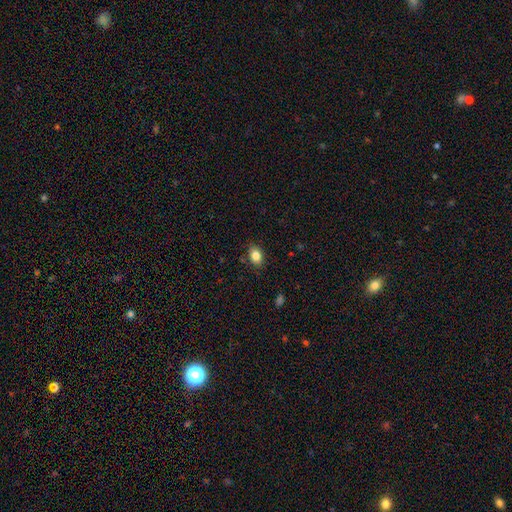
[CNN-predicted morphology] smooth_or_featured: smooth (p=0.84) [alt: star or artifact p=0.09]
how_rounded: in between (p=0.74) [alt: round p=0.24]
merging: none (p=0.84) [alt: minor disturbance p=0.12]